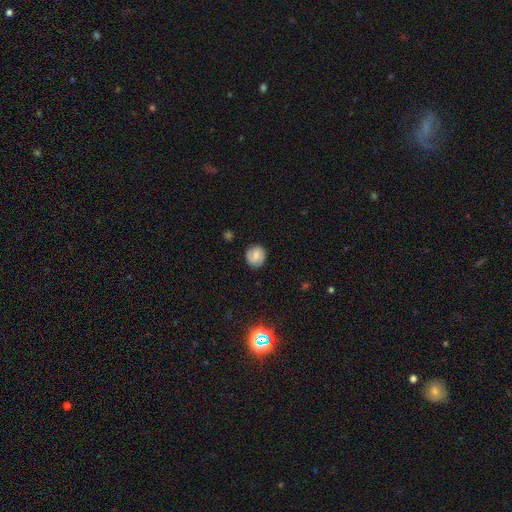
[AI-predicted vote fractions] Morphology: type=smooth (49%); merging=none (81%).